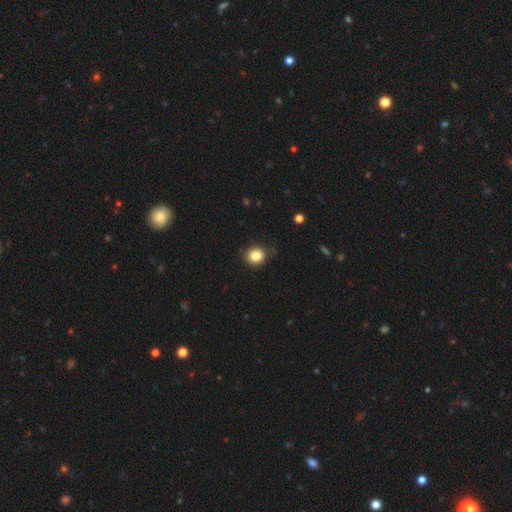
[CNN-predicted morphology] Q: Smooth or featured?
A: smooth (83%); runner-up: star or artifact (11%)
Q: How rounded?
A: round (88%); runner-up: in between (11%)
Q: Merging?
A: none (86%); runner-up: minor disturbance (11%)